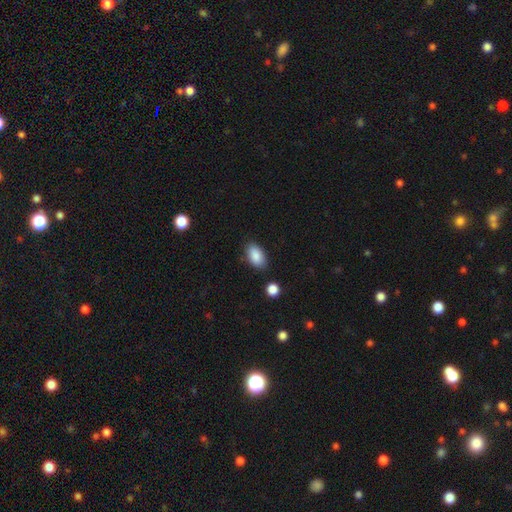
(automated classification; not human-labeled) Q: Smooth or featured?
A: smooth (88%); runner-up: star or artifact (7%)
Q: How rounded?
A: in between (93%); runner-up: round (5%)
Q: Merging?
A: none (82%); runner-up: minor disturbance (12%)